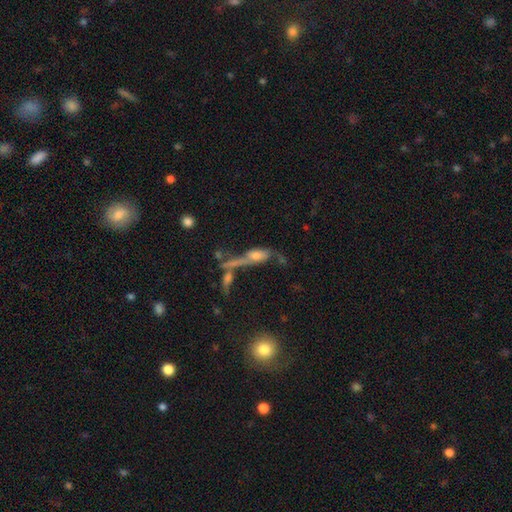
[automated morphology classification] This is possibly a featured or disk galaxy (47%). Merging: marginally merger (41%).